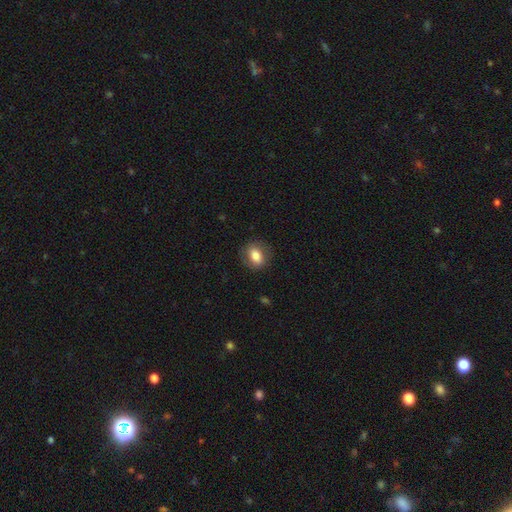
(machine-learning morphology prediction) A smooth galaxy with no disk features (77%) that is in between round and cigar-shaped (57%). Merging: none (83%).